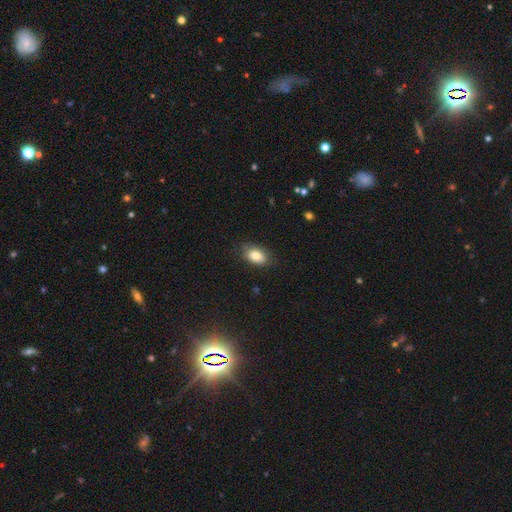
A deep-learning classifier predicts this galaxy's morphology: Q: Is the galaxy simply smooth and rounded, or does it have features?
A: smooth — 83%.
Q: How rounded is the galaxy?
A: in between — 90%.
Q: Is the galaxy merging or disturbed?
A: none — 78%.